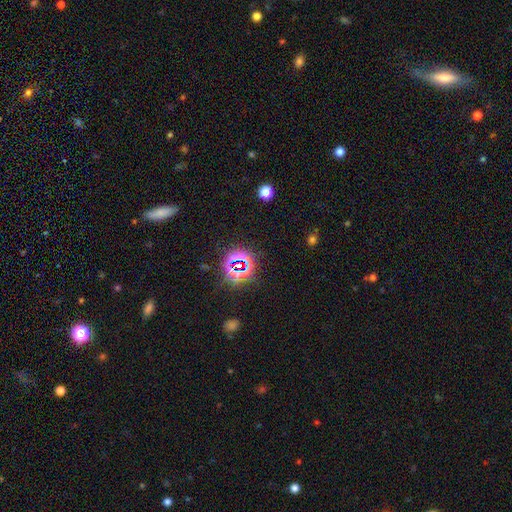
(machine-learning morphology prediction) The model was most divided on "smooth or featured": star or artifact: 74%, smooth: 18%, featured or disk: 8%.